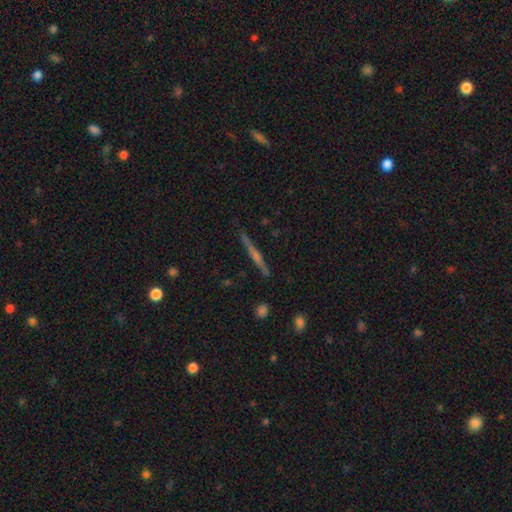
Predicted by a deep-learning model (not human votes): The model was most divided on "edge-on bulge": rounded: 64%, none: 26%, boxy: 10%. More confident: edge-on disk — yes (98%); merging — none (90%); smooth or featured — featured or disk (71%).